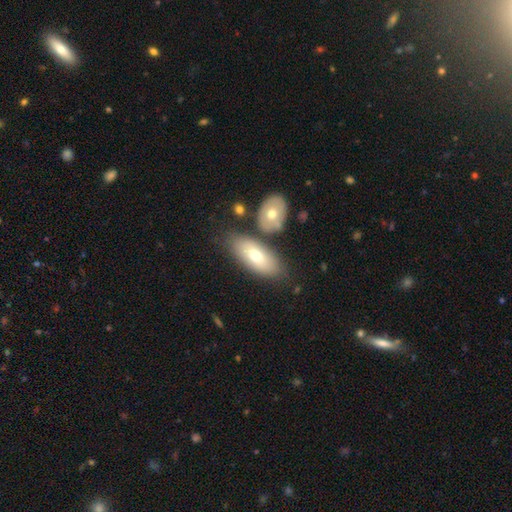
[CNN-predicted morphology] The model was most divided on "smooth or featured": smooth: 65%, featured or disk: 28%, star or artifact: 7%. More confident: how rounded — in between (82%); merging — none (67%).